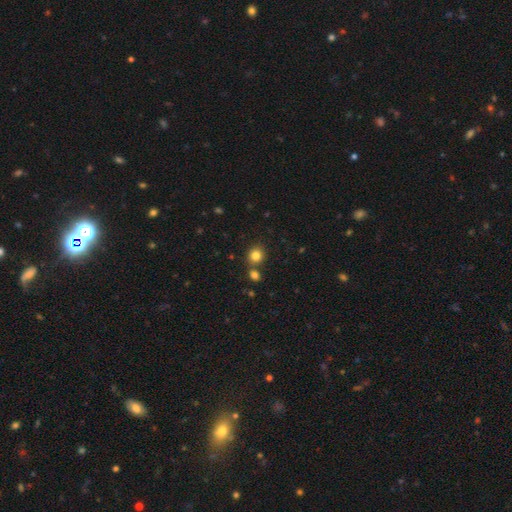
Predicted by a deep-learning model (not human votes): Smooth or featured? Predicted: smooth (p=0.82). How rounded? Predicted: round (p=0.86). Merging? Predicted: none (p=0.74).